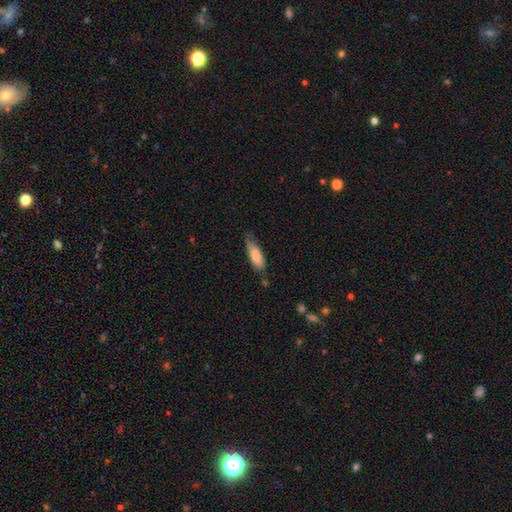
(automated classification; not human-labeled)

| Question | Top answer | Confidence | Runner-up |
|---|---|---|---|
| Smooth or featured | smooth | 82% | featured or disk (12%) |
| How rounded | in between | 55% | cigar-shaped (43%) |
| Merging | none | 52% | minor disturbance (35%) |